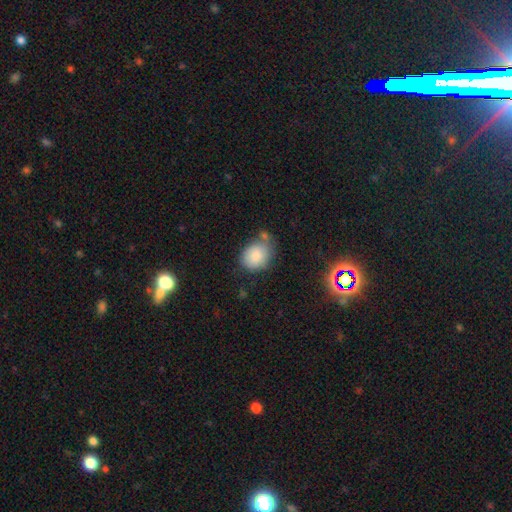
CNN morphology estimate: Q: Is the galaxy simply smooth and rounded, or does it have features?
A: smooth — 85%.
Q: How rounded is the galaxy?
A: in between — 56%.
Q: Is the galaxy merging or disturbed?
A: none — 56%.